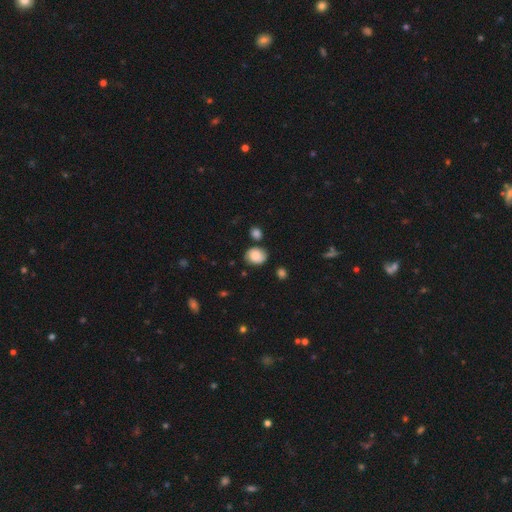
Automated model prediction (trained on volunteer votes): Morphology: type=smooth (75%); roundness=round (55%); merging=none (71%).